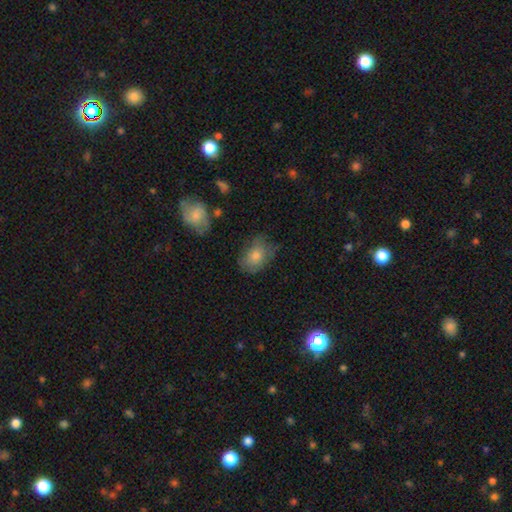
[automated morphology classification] Smooth or featured? Predicted: smooth (p=0.73). How rounded? Predicted: in between (p=0.74). Merging? Predicted: none (p=0.62).